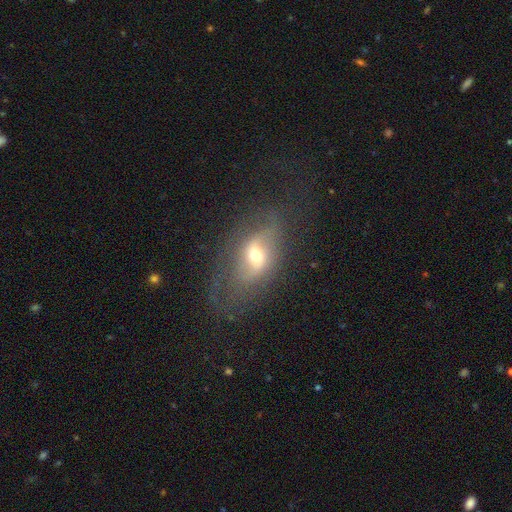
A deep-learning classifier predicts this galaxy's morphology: smooth-or-featured: featured or disk: 60% | smooth: 29% | star or artifact: 11%
  disk-edge-on: no: 87% | yes: 13%
    bar: weak: 39% | no: 35% | strong: 27%
    has-spiral-arms: yes: 62% | no: 38%
    bulge-size: moderate: 64% | small: 26% | large: 7% | dominant: 2% | none: 1%
  merging: none: 56% | minor disturbance: 22% | major disturbance: 19% | merger: 2%